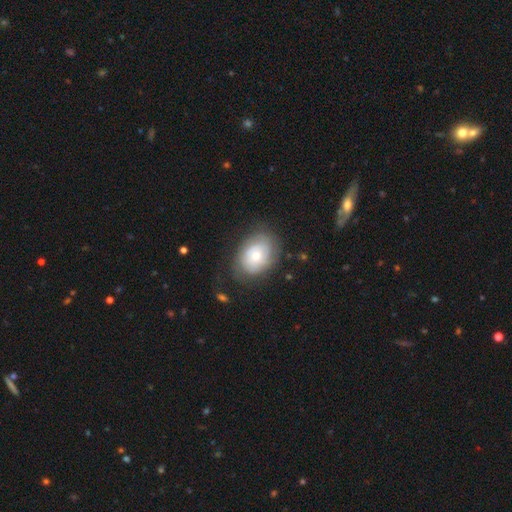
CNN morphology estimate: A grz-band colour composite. It shows a smooth galaxy with no disk features (54%) that is in between round and cigar-shaped (67%). Merging: none (71%).